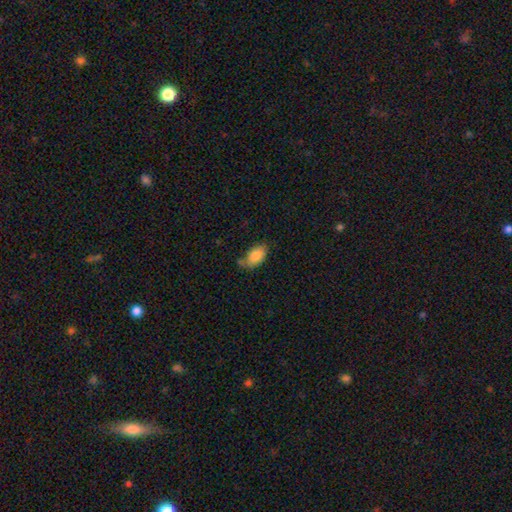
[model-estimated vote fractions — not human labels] Smooth or featured? smooth (85%)
How rounded? in between (93%)
Merging? none (58%)